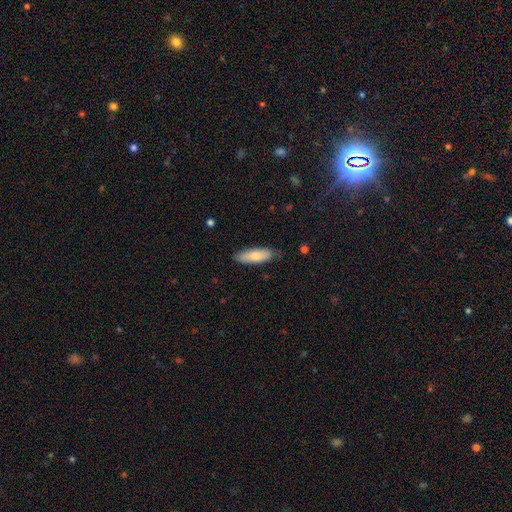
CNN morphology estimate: smooth-or-featured: smooth: 77% | featured or disk: 18% | star or artifact: 6%
  how-rounded: in between: 56% | cigar-shaped: 43% | round: 2%
  merging: none: 81% | minor disturbance: 15% | major disturbance: 2% | merger: 1%